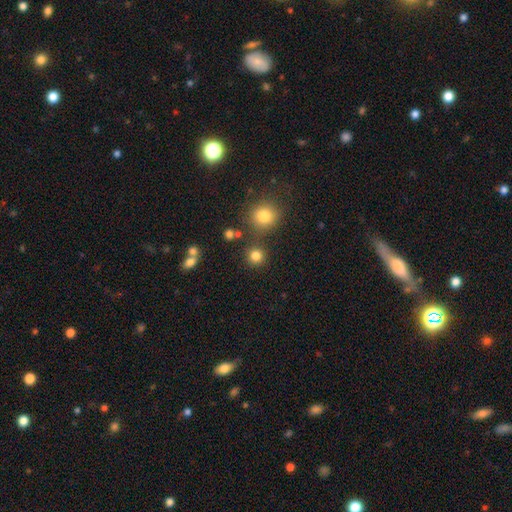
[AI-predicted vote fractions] smooth_or_featured: smooth (p=0.81) [alt: star or artifact p=0.14]
how_rounded: round (p=0.93) [alt: in between p=0.06]
merging: none (p=0.83) [alt: merger p=0.07]